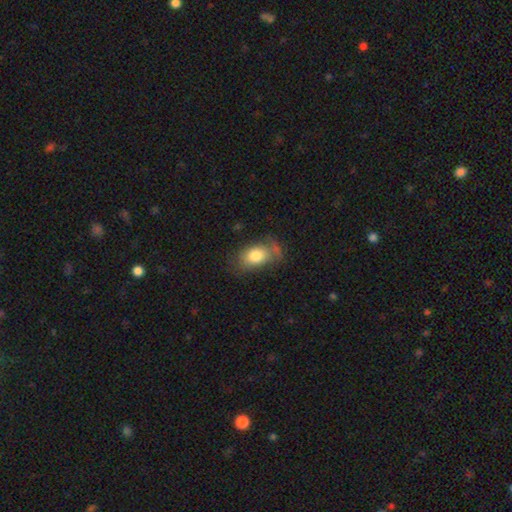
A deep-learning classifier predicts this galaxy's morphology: This appears to be a smooth galaxy with no disk features (77%) that is in between round and cigar-shaped (84%). Merging: none (56%).